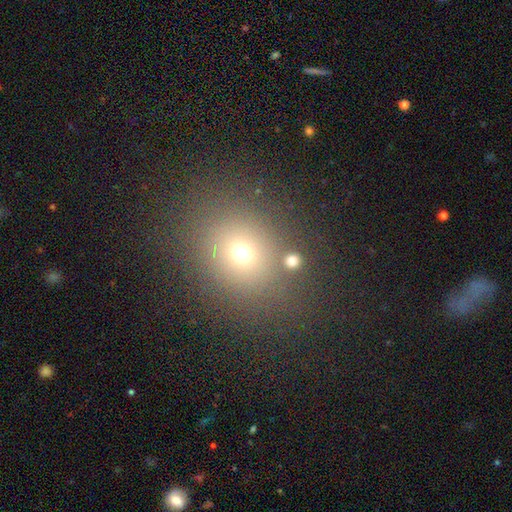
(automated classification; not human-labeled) Overall: smooth (61%; star or artifact 29%). How rounded: round (61%; in between 38%). Merging: none (85%).